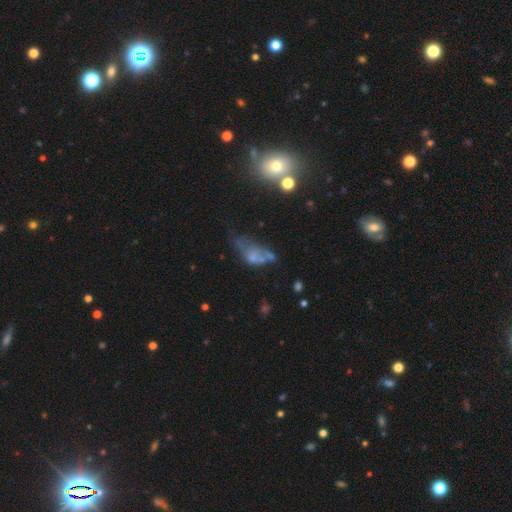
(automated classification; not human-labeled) Overall: smooth (42%; featured or disk 39%). Merging: major disturbance (34%; none 24%).